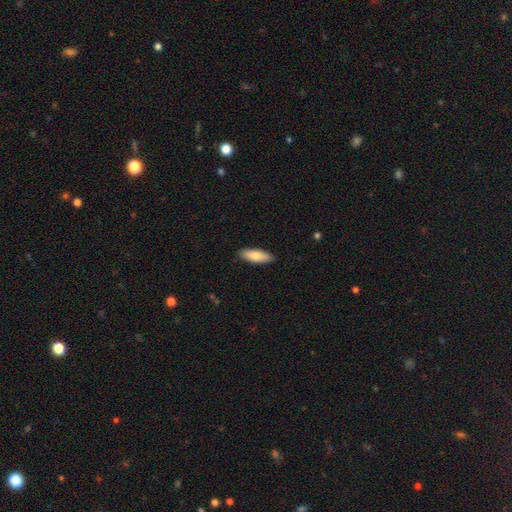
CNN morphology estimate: Smooth or featured: smooth — 79% (featured or disk — 15%)
How rounded: in between — 64% (cigar-shaped — 35%)
Merging: none — 88% (minor disturbance — 9%)